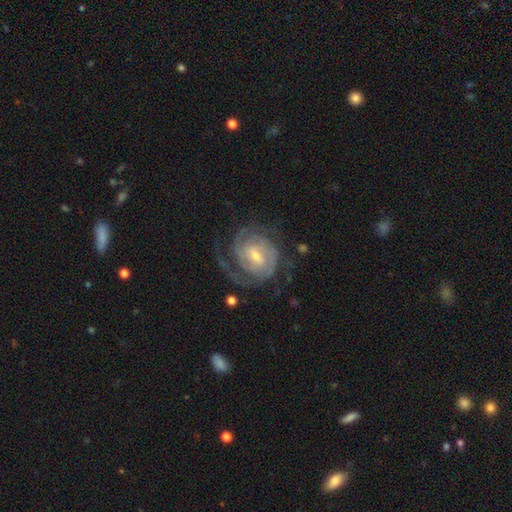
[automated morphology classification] smooth_or_featured: featured or disk (p=0.89) [alt: smooth p=0.06]
disk_edge_on: no (p=0.98) [alt: yes p=0.02]
bar: weak (p=0.52) [alt: no p=0.29]
has_spiral_arms: yes (p=0.97) [alt: no p=0.03]
spiral_winding: tight (p=0.63) [alt: medium p=0.30]
spiral_arm_count: 2 (p=0.41) [alt: 3 p=0.21]
bulge_size: small (p=0.58) [alt: moderate p=0.37]
merging: none (p=0.67) [alt: minor disturbance p=0.16]